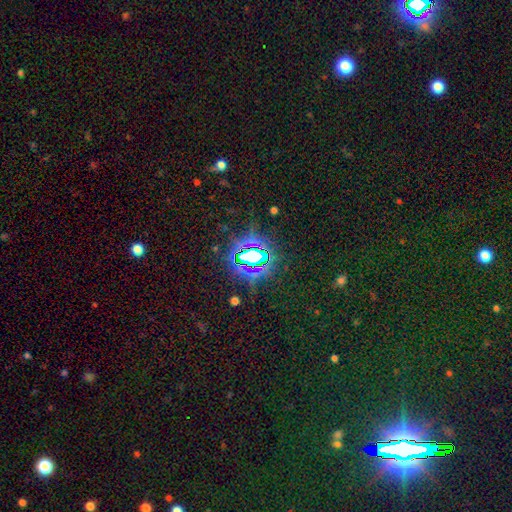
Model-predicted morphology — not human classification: The model was most divided on "smooth or featured": star or artifact: 74%, smooth: 15%, featured or disk: 11%.